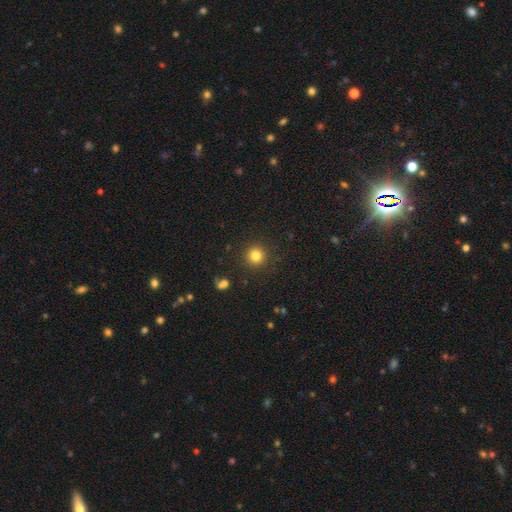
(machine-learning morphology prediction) Q: Smooth or featured?
A: smooth (82%); runner-up: star or artifact (13%)
Q: How rounded?
A: round (94%); runner-up: in between (5%)
Q: Merging?
A: none (91%); runner-up: minor disturbance (6%)